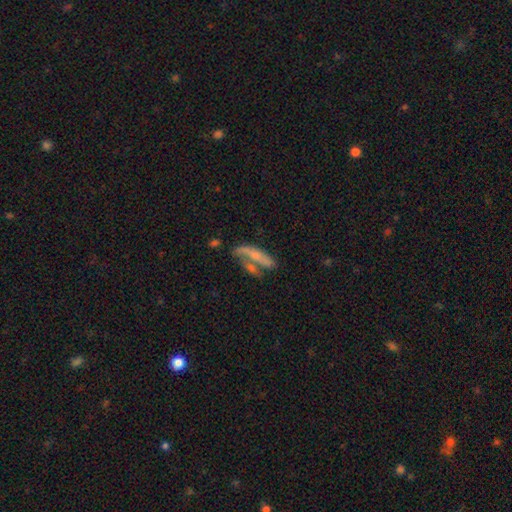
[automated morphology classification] type=smooth (53%); roundness=cigar-shaped (63%); merging=none (37%).